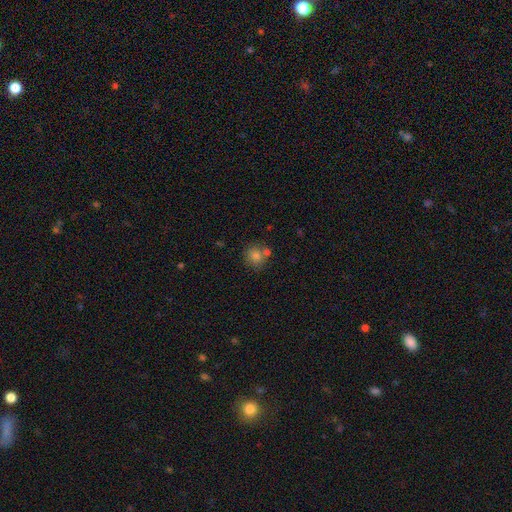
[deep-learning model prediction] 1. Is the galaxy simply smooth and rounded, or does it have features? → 81% smooth, 11% star or artifact, 8% featured or disk.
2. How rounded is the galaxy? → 85% round, 14% in between, 1% cigar-shaped.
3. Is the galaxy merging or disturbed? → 65% none, 20% merger, 12% minor disturbance, 4% major disturbance.